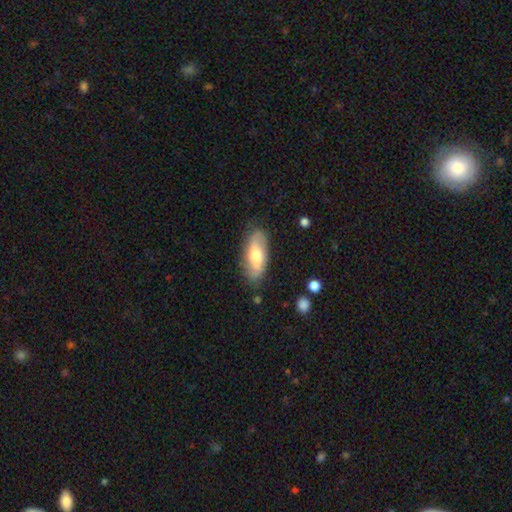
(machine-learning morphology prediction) Q: Smooth or featured?
A: smooth (51%); runner-up: featured or disk (43%)
Q: How rounded?
A: in between (78%); runner-up: cigar-shaped (19%)
Q: Merging?
A: none (80%); runner-up: minor disturbance (15%)